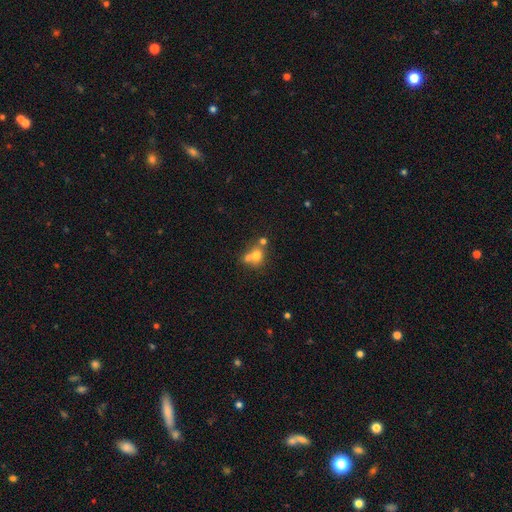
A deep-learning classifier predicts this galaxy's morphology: The model was most divided on "merging": merger: 53%, none: 35%, minor disturbance: 8%, major disturbance: 4%. More confident: how rounded — round (70%); smooth or featured — smooth (69%).